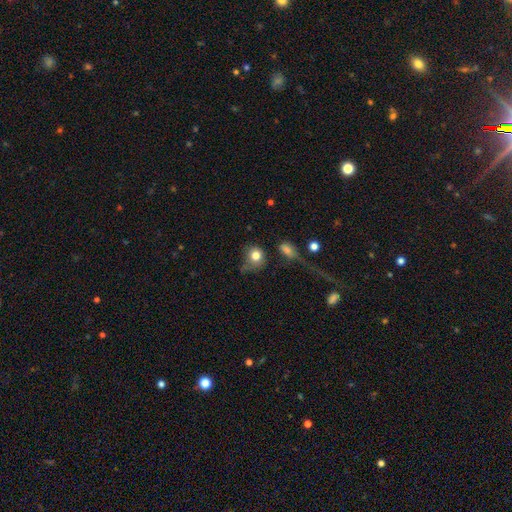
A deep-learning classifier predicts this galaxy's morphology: This is clearly a smooth galaxy (80%). How rounded: likely round (77%). Merging: marginally none (40%).